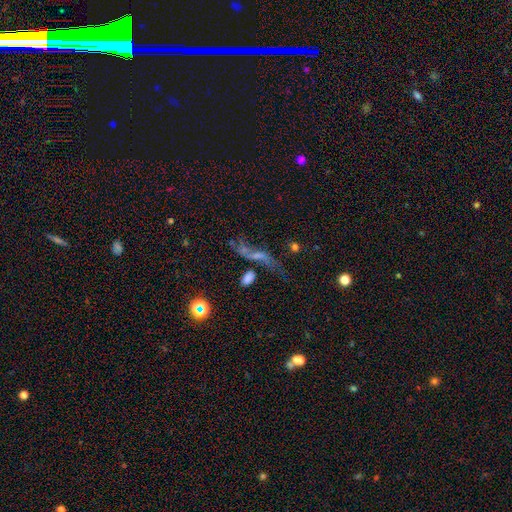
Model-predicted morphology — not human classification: The model was most divided on "smooth or featured": featured or disk: 40%, star or artifact: 30%, smooth: 29%. Remaining: merging — none (37%).